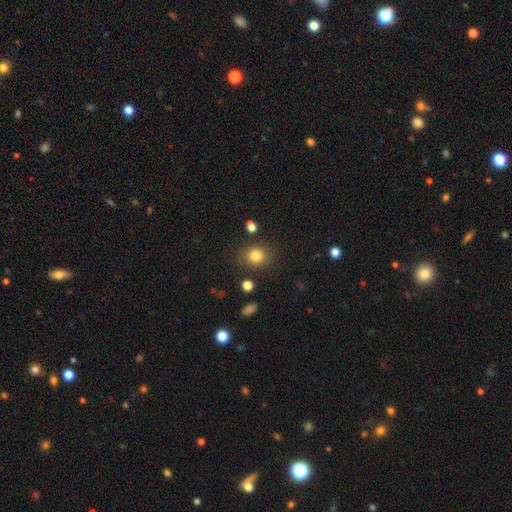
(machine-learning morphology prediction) Smooth or featured? smooth (82%)
How rounded? round (66%)
Merging? none (82%)